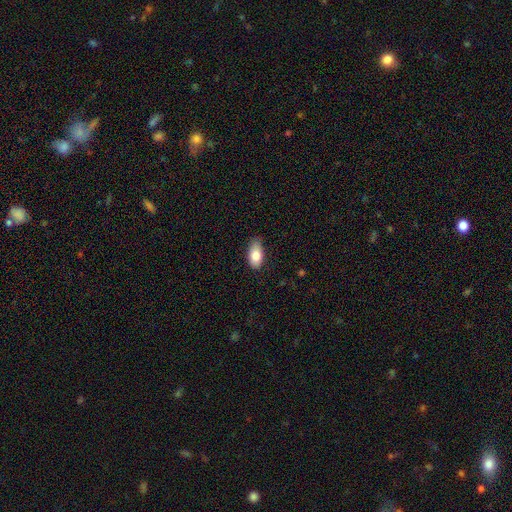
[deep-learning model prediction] Smooth or featured? smooth (82%)
How rounded? in between (92%)
Merging? none (65%)